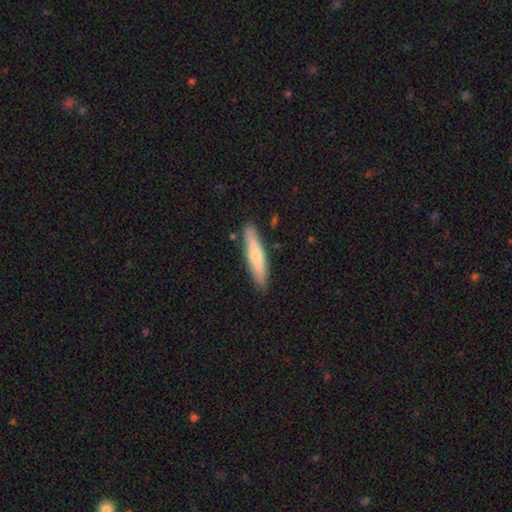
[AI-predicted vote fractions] A smooth galaxy with no disk features (52%) that is cigar-shaped (89%).

Vote fractions:
- Smooth or featured? smooth: 52% / featured or disk: 41% / star or artifact: 7%
- How rounded? cigar-shaped: 89% / in between: 9% / round: 1%
- Merging? none: 89% / minor disturbance: 8% / major disturbance: 2% / merger: 1%